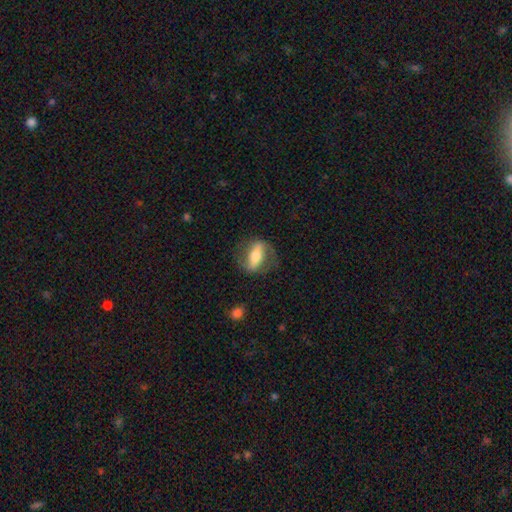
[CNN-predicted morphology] Smooth or featured? Predicted: featured or disk (p=0.65). Edge-on disk? Predicted: no (p=0.78). Bar? Predicted: strong (p=0.69). Spiral arms? Predicted: yes (p=0.67). Bulge size? Predicted: moderate (p=0.59). Merging? Predicted: none (p=0.75).